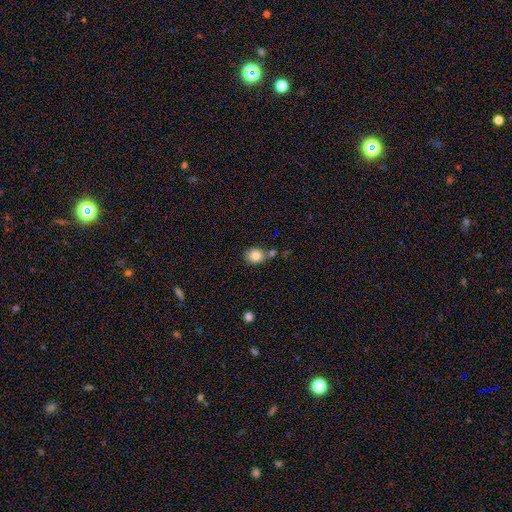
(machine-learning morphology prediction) type=smooth (82%); roundness=round (71%); merging=none (64%).